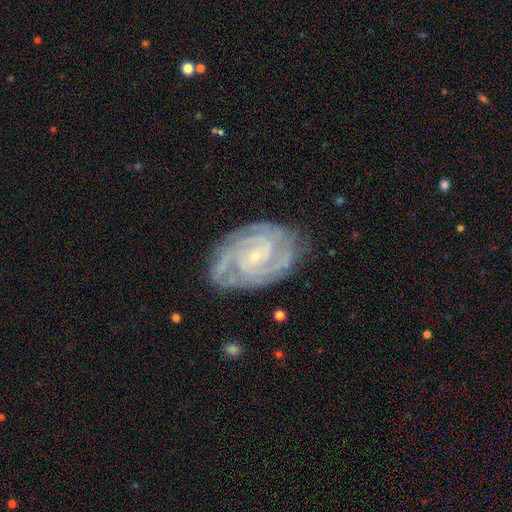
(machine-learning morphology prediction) Overall: featured or disk (89%). Edge-on disk: no (97%). Bar: no (61%; weak 30%). Spiral arms: yes (98%). Spiral arm count: 3 (27%; 2 24%). Spiral winding: tight (74%). Bulge size: small (85%). Merging: none (78%).